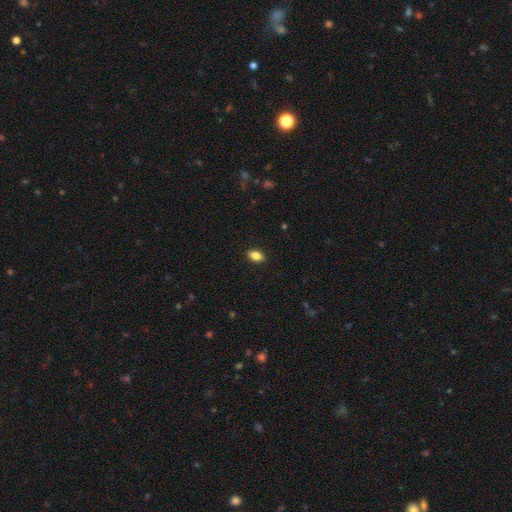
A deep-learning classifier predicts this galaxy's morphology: Smooth or featured?
  - smooth: 84% *
  - star or artifact: 9%
  - featured or disk: 8%
How rounded?
  - in between: 88% *
  - round: 8%
  - cigar-shaped: 4%
Merging?
  - none: 89% *
  - minor disturbance: 8%
  - major disturbance: 2%
  - merger: 1%